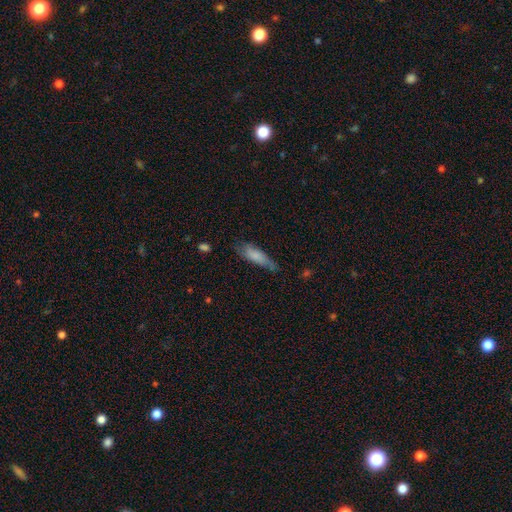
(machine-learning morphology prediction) Smooth or featured: smooth — 76% (featured or disk — 17%)
How rounded: in between — 50% (cigar-shaped — 48%)
Merging: none — 51% (minor disturbance — 35%)